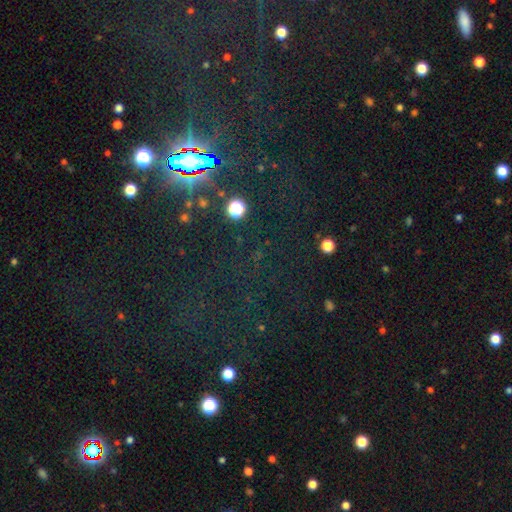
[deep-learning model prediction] This appears to be a star or artifact, not a galaxy (78%).